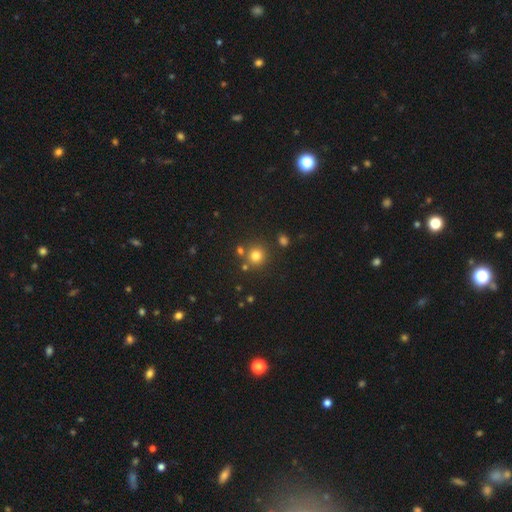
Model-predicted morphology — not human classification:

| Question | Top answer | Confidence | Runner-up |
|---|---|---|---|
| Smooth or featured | smooth | 78% | star or artifact (16%) |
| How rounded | round | 92% | in between (7%) |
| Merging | none | 78% | merger (11%) |